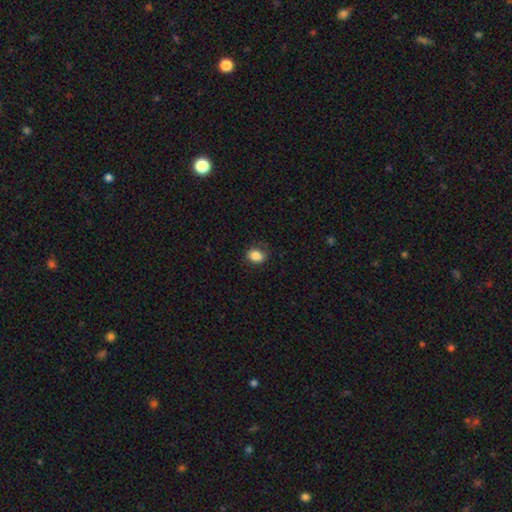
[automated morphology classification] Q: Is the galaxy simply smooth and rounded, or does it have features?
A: smooth — 85%.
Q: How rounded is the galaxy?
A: in between — 60%.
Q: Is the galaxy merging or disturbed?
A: none — 76%.